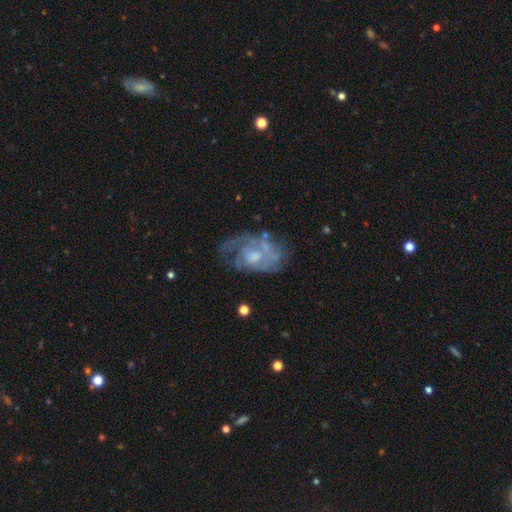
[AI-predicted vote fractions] smooth-or-featured: featured or disk: 75% | smooth: 17% | star or artifact: 7%
  disk-edge-on: no: 97% | yes: 3%
    bar: no: 67% | weak: 29% | strong: 4%
    has-spiral-arms: yes: 76% | no: 24%
      spiral-winding: tight: 45% | medium: 38% | loose: 17%
      spiral-arm-count: can't tell: 39% | 2: 27% | 1: 18% | 3: 9% | 4: 3% | more than 4: 3%
    bulge-size: moderate: 47% | small: 33% | none: 13% | large: 6% | dominant: 1%
  merging: none: 49% | minor disturbance: 24% | major disturbance: 23% | merger: 4%